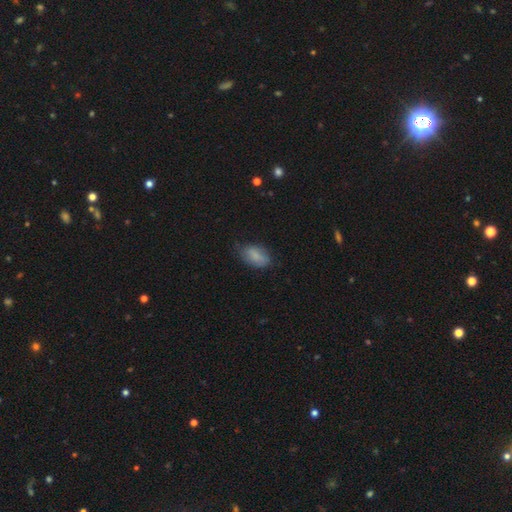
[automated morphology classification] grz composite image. It shows a smooth galaxy with no disk features (81%) that is in between round and cigar-shaped (91%). Merging: none (64%).